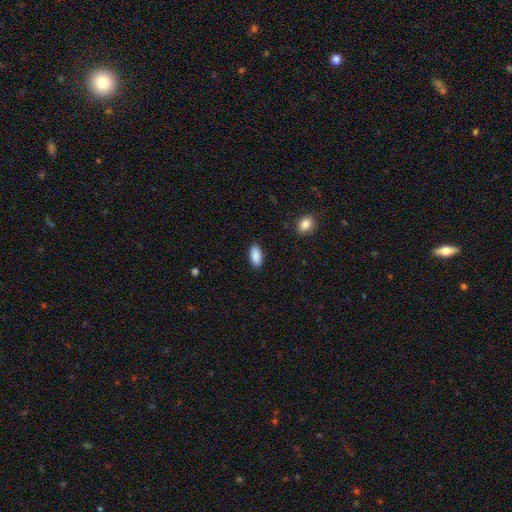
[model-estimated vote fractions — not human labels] smooth-or-featured: smooth: 90% | star or artifact: 6% | featured or disk: 4%
  how-rounded: in between: 92% | cigar-shaped: 6% | round: 2%
  merging: none: 88% | minor disturbance: 9% | major disturbance: 2% | merger: 1%